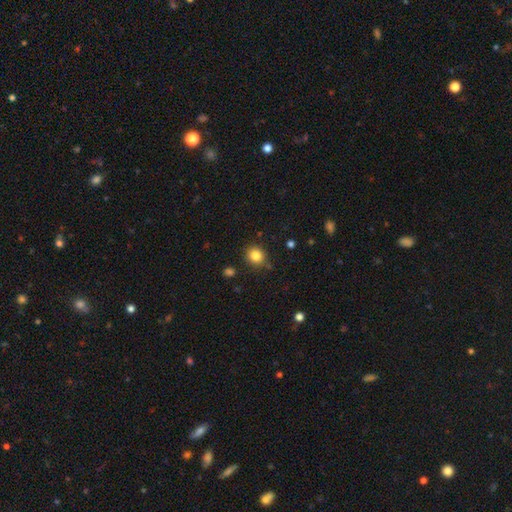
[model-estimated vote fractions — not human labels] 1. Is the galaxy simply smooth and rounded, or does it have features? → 84% smooth, 11% star or artifact, 5% featured or disk.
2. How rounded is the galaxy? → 84% round, 15% in between, 1% cigar-shaped.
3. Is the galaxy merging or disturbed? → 84% none, 11% minor disturbance, 3% merger, 3% major disturbance.